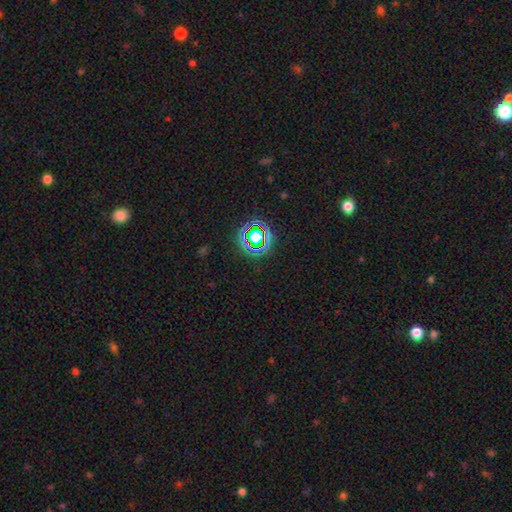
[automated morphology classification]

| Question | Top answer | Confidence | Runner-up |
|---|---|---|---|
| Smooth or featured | star or artifact | 70% | smooth (19%) |